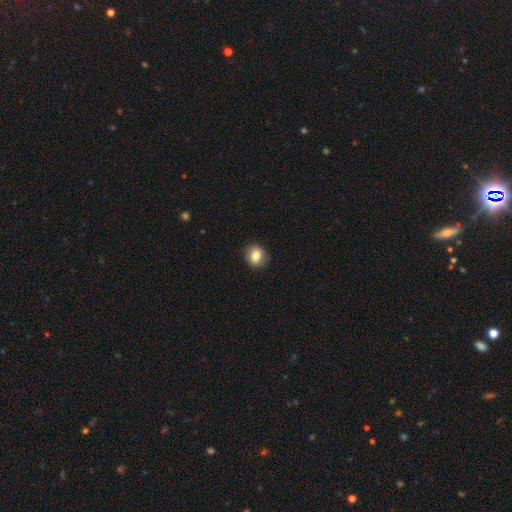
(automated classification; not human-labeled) A smooth galaxy with no disk features (83%) that is round (65%).

Vote fractions:
- Smooth or featured? smooth: 83% / star or artifact: 9% / featured or disk: 9%
- How rounded? round: 65% / in between: 34% / cigar-shaped: 1%
- Merging? none: 88% / minor disturbance: 9% / major disturbance: 2% / merger: 1%